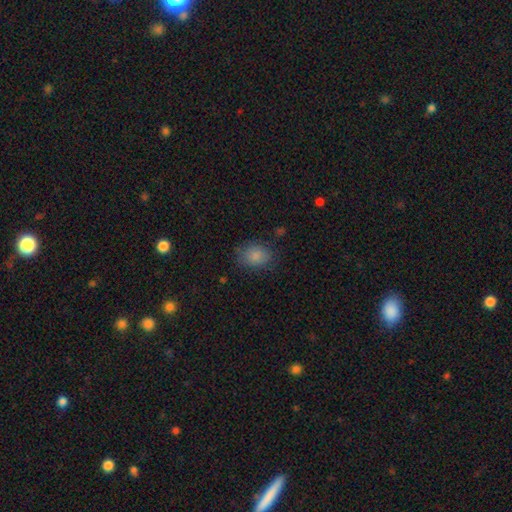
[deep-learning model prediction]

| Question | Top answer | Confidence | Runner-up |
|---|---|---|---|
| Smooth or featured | smooth | 85% | star or artifact (10%) |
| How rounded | in between | 50% | round (49%) |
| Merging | none | 78% | minor disturbance (16%) |